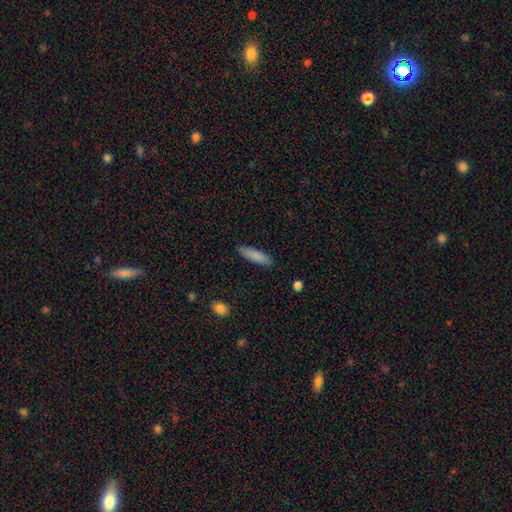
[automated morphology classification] This appears to be a smooth galaxy with no disk features (86%) that is cigar-shaped (68%). Merging: none (89%).